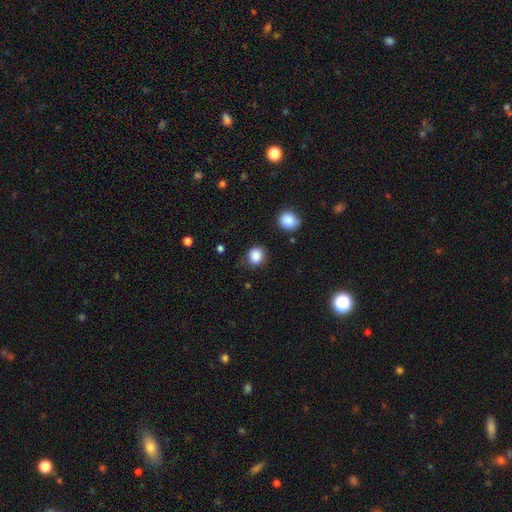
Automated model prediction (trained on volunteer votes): A smooth galaxy with no disk features (87%) that is round (83%).

Vote fractions:
- Smooth or featured? smooth: 87% / star or artifact: 10% / featured or disk: 4%
- How rounded? round: 83% / in between: 16% / cigar-shaped: 1%
- Merging? none: 81% / minor disturbance: 13% / major disturbance: 4% / merger: 2%